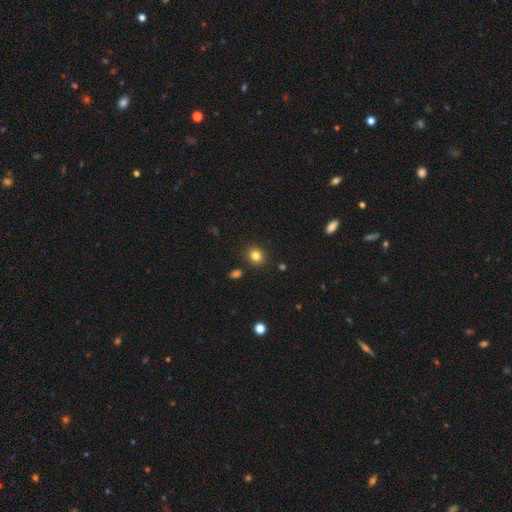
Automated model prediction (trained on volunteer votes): smooth_or_featured: smooth (p=0.82) [alt: star or artifact p=0.12]
how_rounded: round (p=0.73) [alt: in between p=0.26]
merging: none (p=0.88) [alt: minor disturbance p=0.07]